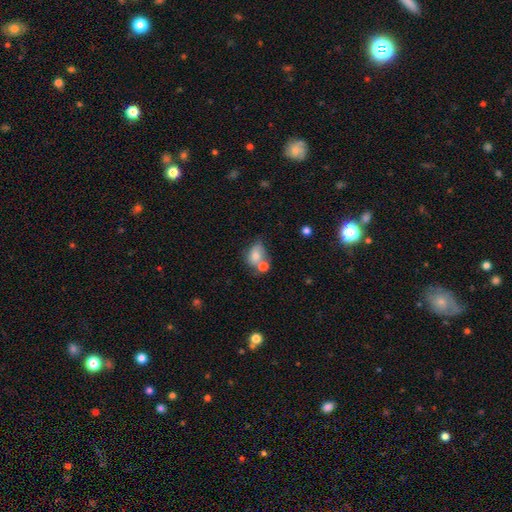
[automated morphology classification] smooth_or_featured: smooth (p=0.72) [alt: featured or disk p=0.19]
how_rounded: in between (p=0.67) [alt: round p=0.31]
merging: merger (p=0.46) [alt: none p=0.27]